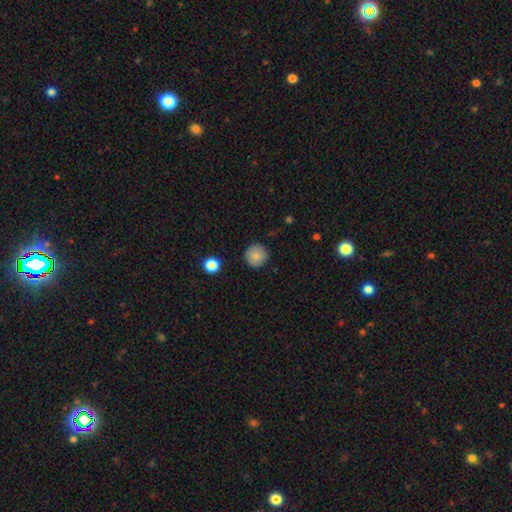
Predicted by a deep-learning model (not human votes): The model was most divided on "smooth or featured": smooth: 86%, star or artifact: 8%, featured or disk: 5%. More confident: how rounded — round (95%); merging — none (89%).